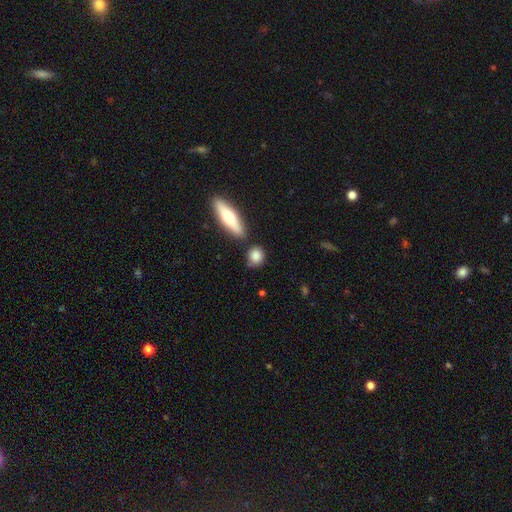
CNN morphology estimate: Smooth or featured: smooth — 83% (featured or disk — 9%)
How rounded: round — 70% (in between — 24%)
Merging: none — 73% (minor disturbance — 14%)